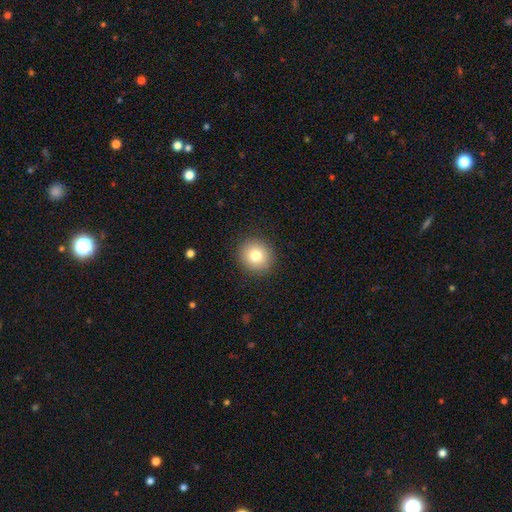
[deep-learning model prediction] smooth_or_featured: smooth (p=0.79) [alt: star or artifact p=0.11]
how_rounded: round (p=0.88) [alt: in between p=0.11]
merging: none (p=0.90) [alt: minor disturbance p=0.06]